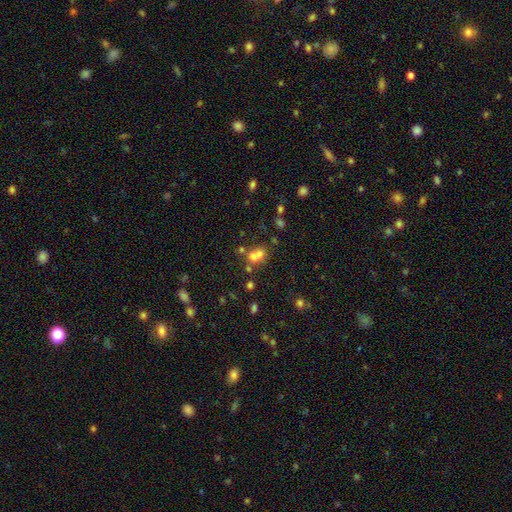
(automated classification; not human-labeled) smooth 62%, star or artifact 20%, featured or disk 18%. Down the decision tree: how rounded — round (62%); merging — merger (53%).